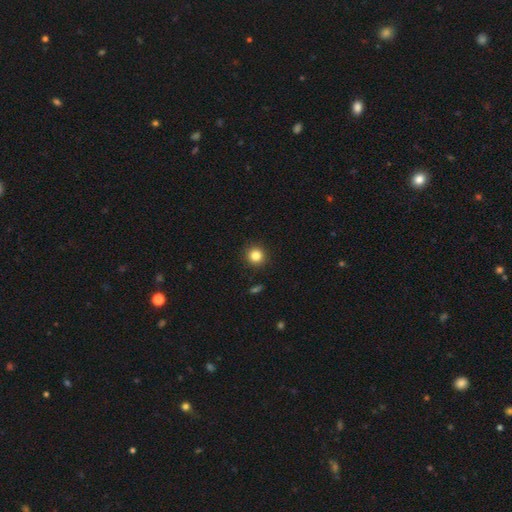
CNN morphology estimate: A smooth galaxy with no disk features (83%) that is round (92%). Merging: none (91%).